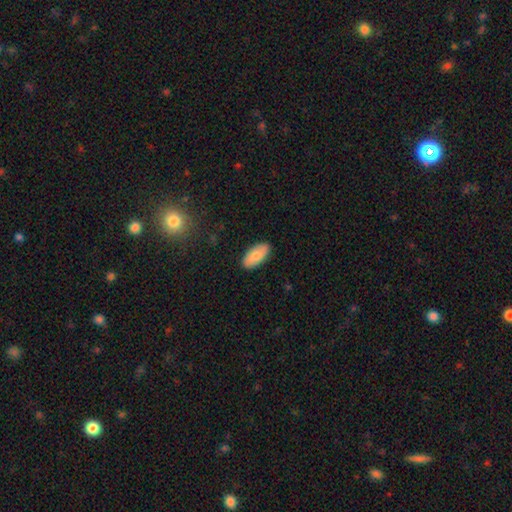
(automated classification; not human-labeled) smooth 82%, featured or disk 12%, star or artifact 6%. Down the decision tree: how rounded — in between (91%); merging — none (89%).